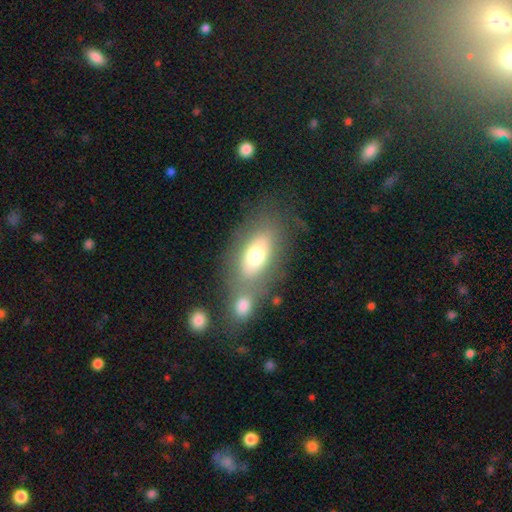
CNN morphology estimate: This appears to be a smooth galaxy with no disk features (65%) that is in between round and cigar-shaped (86%). Merging: none (48%).